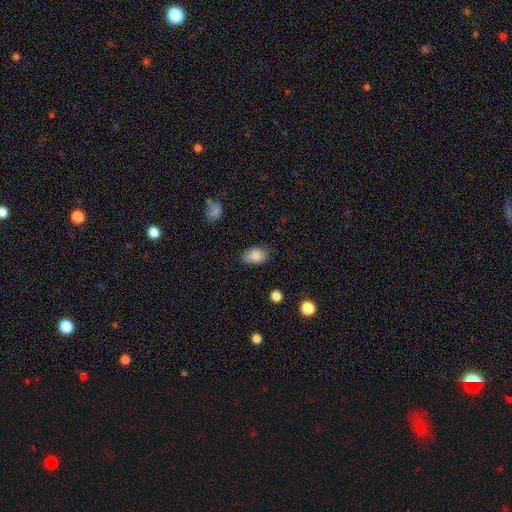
Smooth or featured? smooth (82%)
How rounded? in between (94%)
Merging? none (83%)